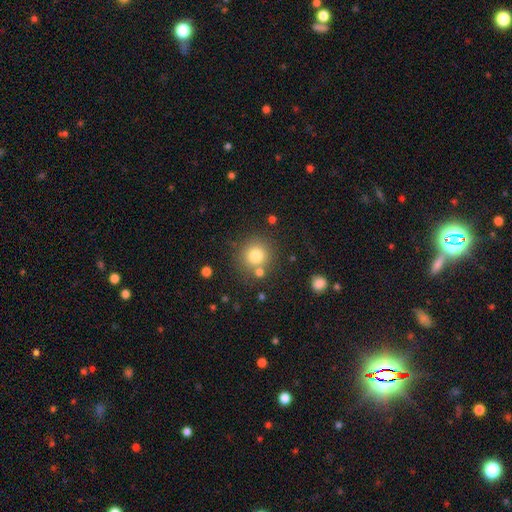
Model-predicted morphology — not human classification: Overall: smooth (78%). How rounded: round (92%). Merging: none (77%).